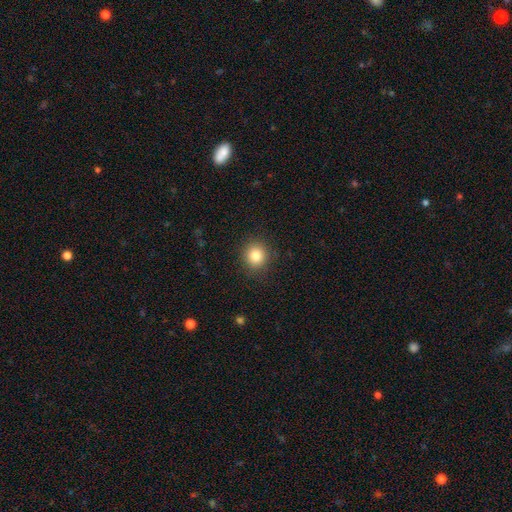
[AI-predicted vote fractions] Smooth or featured? smooth (83%)
How rounded? round (89%)
Merging? none (90%)